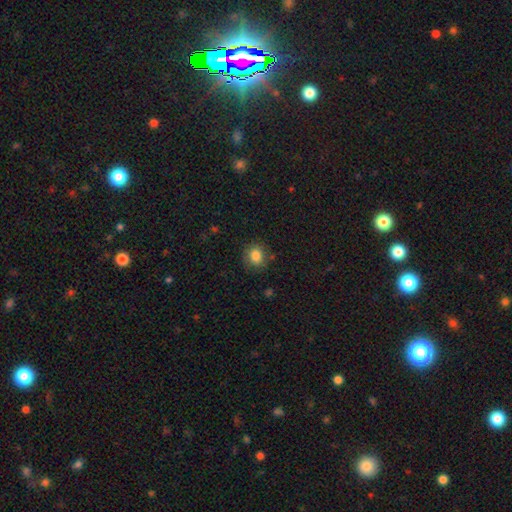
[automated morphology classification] Q: Smooth or featured?
A: smooth (84%); runner-up: star or artifact (10%)
Q: How rounded?
A: round (72%); runner-up: in between (27%)
Q: Merging?
A: none (79%); runner-up: minor disturbance (15%)